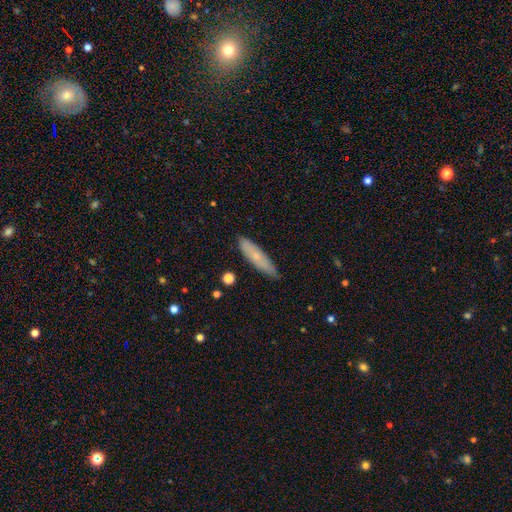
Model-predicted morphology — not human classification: type=smooth (66%); roundness=cigar-shaped (71%); merging=none (83%).